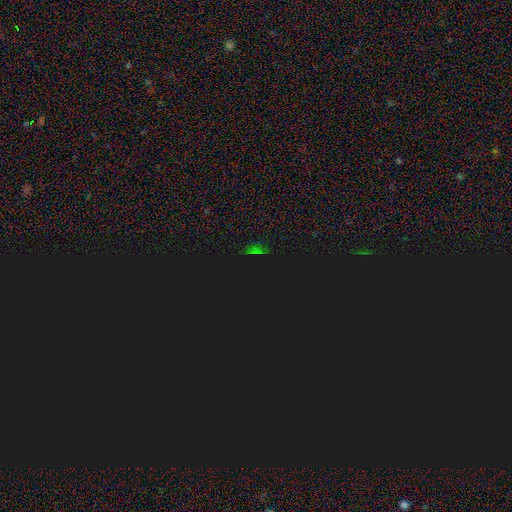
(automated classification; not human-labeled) Morphology: type=star or artifact (80%).